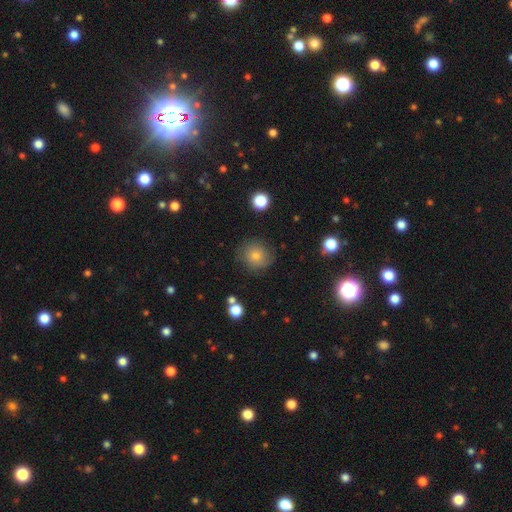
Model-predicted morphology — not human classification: smooth-or-featured: smooth: 62% | featured or disk: 21% | star or artifact: 17%
  how-rounded: round: 91% | in between: 8% | cigar-shaped: 1%
  merging: none: 82% | minor disturbance: 12% | major disturbance: 4% | merger: 2%